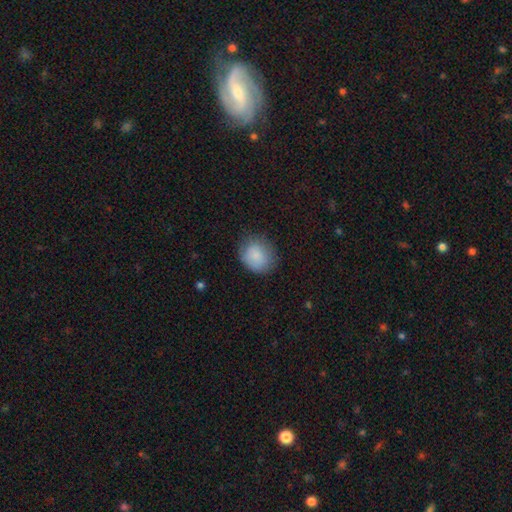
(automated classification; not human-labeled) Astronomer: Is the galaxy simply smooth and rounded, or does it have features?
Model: smooth — 85%.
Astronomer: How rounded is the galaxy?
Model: round — 70%.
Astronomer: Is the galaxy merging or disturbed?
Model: none — 73%.